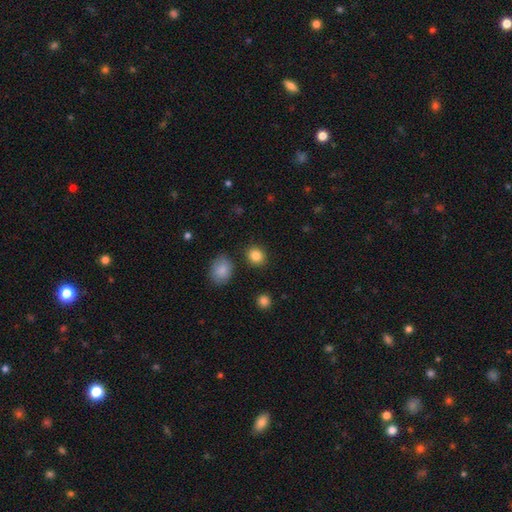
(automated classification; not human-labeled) A smooth galaxy with no disk features (85%) that is round (76%). Merging: none (87%).